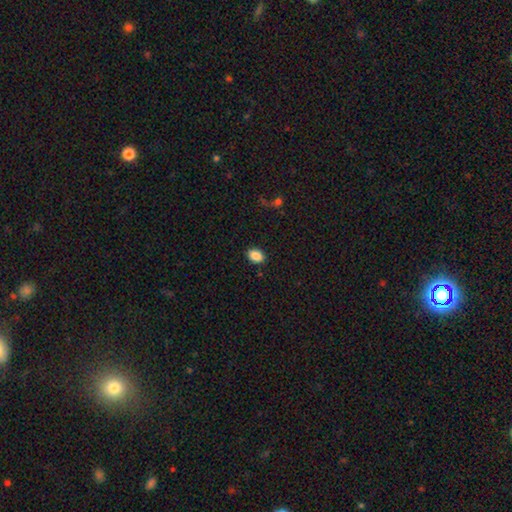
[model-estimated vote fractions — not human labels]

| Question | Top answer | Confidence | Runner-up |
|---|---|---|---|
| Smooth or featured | smooth | 88% | star or artifact (8%) |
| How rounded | in between | 79% | round (20%) |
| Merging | none | 89% | minor disturbance (8%) |